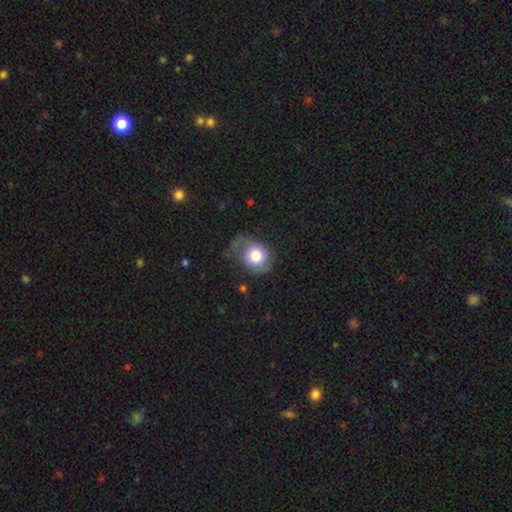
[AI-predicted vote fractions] smooth_or_featured: smooth (p=0.71) [alt: featured or disk p=0.20]
how_rounded: round (p=0.65) [alt: in between p=0.34]
merging: none (p=0.39) [alt: minor disturbance p=0.31]